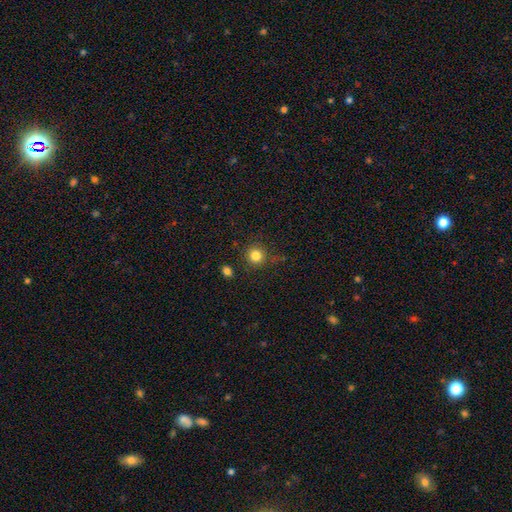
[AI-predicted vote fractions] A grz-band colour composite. It shows a smooth galaxy with no disk features (82%) that is round (93%). Merging: none (84%).